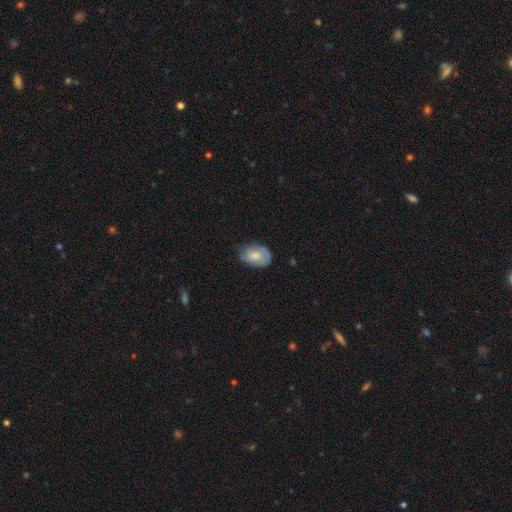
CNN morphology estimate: A smooth galaxy with no disk features (65%) that is in between round and cigar-shaped (85%). Merging: none (60%).